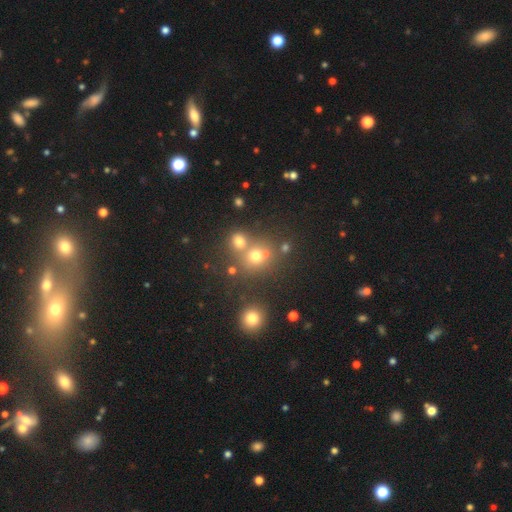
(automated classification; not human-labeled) The model was most divided on "merging": none: 55%, merger: 32%, minor disturbance: 8%, major disturbance: 4%. More confident: how rounded — round (82%); smooth or featured — smooth (68%).